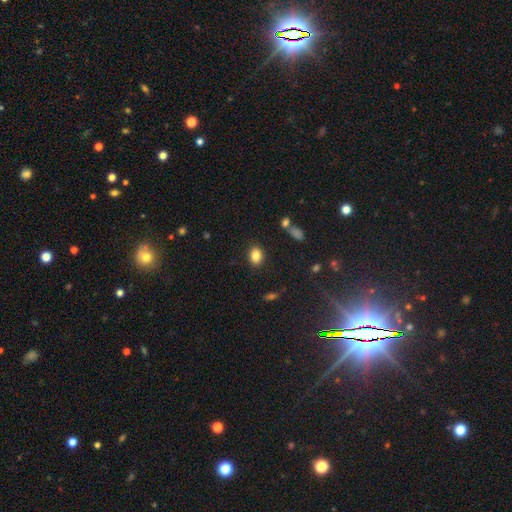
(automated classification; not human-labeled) Q: Smooth or featured?
A: smooth (84%); runner-up: star or artifact (10%)
Q: How rounded?
A: in between (65%); runner-up: round (34%)
Q: Merging?
A: none (86%); runner-up: minor disturbance (9%)